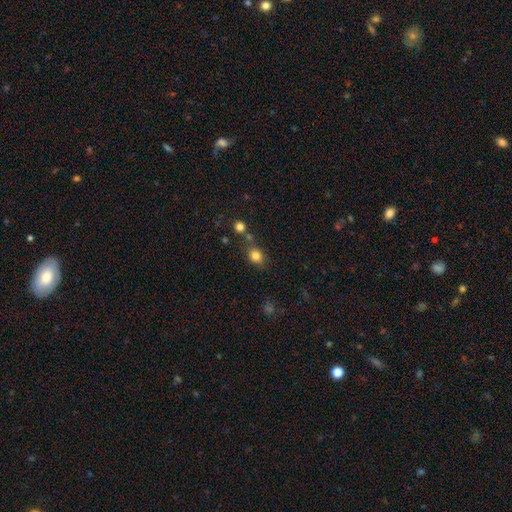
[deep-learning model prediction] Q: Smooth or featured?
A: smooth (81%); runner-up: star or artifact (12%)
Q: How rounded?
A: round (61%); runner-up: in between (38%)
Q: Merging?
A: none (64%); runner-up: merger (16%)